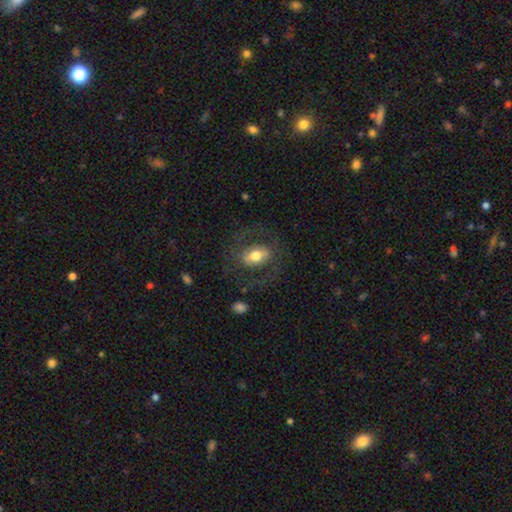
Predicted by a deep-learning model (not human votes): smooth_or_featured: featured or disk (p=0.51) [alt: smooth p=0.41]
disk_edge_on: no (p=0.93) [alt: yes p=0.07]
merging: none (p=0.65) [alt: major disturbance p=0.18]